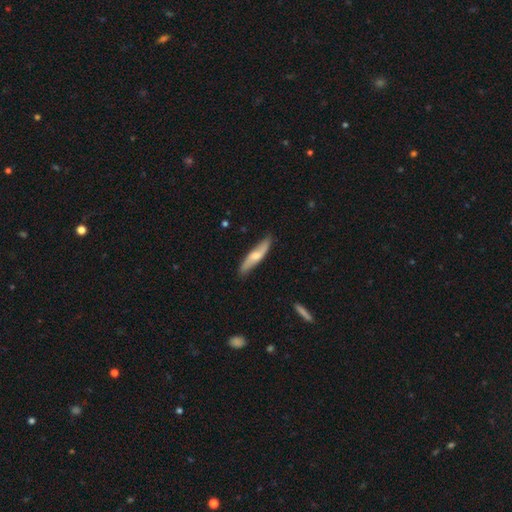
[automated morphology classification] The model was most divided on "smooth or featured": smooth: 53%, featured or disk: 42%, star or artifact: 5%. More confident: merging — none (83%); how rounded — cigar-shaped (78%).